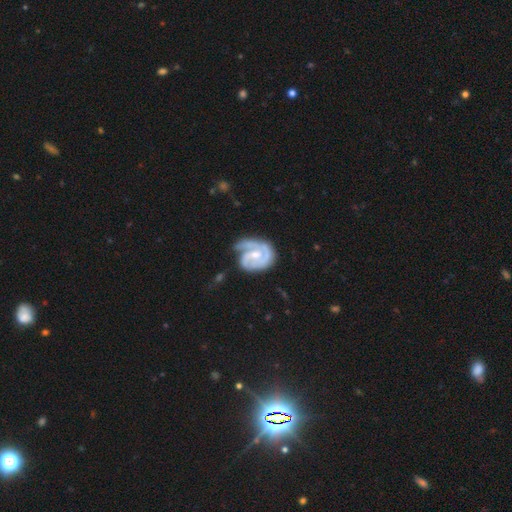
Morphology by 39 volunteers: A featured or disk galaxy (95%) with no bar (68%), 1 (47%) tight (69%) spiral arms (97%) and a moderate central bulge (49%, tied with small). Merging: none (68%).